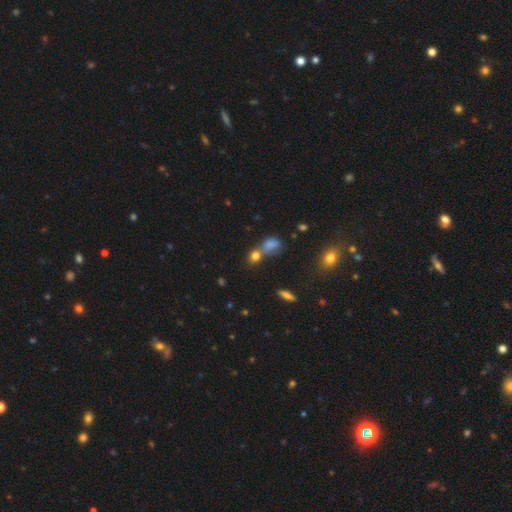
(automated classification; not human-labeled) Overall: smooth (75%). How rounded: round (56%; in between 39%). Merging: merger (48%; none 39%).